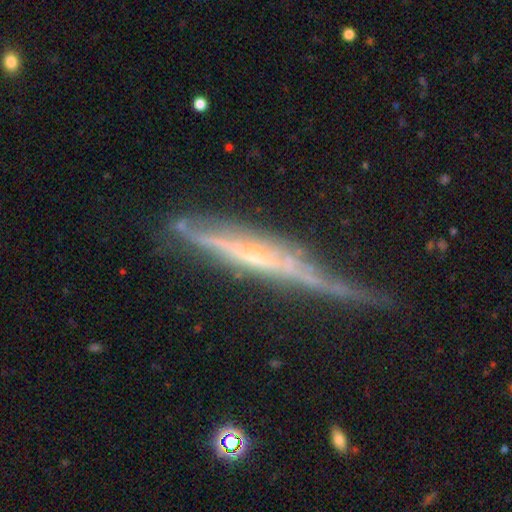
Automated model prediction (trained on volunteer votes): This appears to be a featured or disk galaxy (80%) viewed edge-on (90%) with no central bulge (54%). Merging: none (50%).